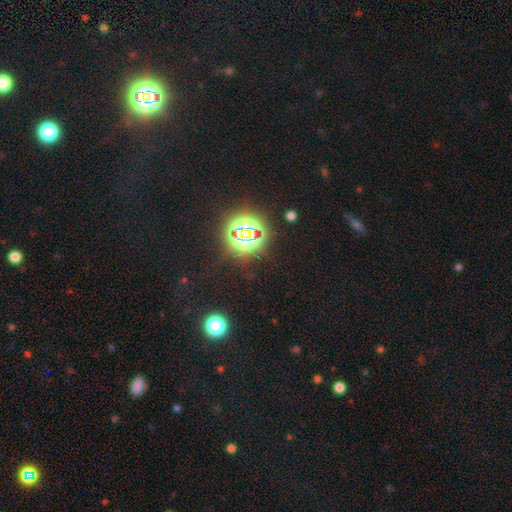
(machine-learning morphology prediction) Smooth or featured?
  - star or artifact: 74% *
  - smooth: 17%
  - featured or disk: 8%